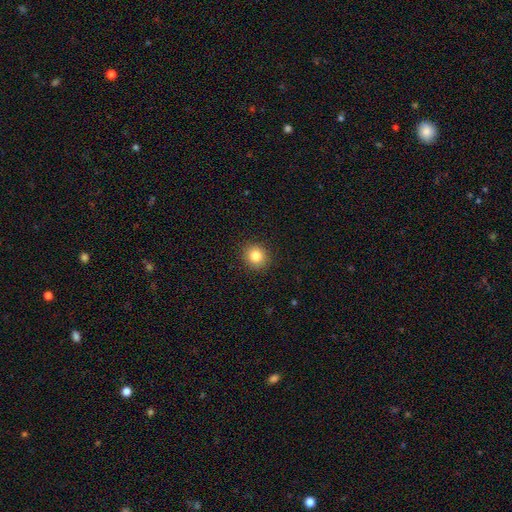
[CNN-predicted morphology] smooth 83%, star or artifact 11%, featured or disk 6%. Down the decision tree: how rounded — round (83%); merging — none (91%).